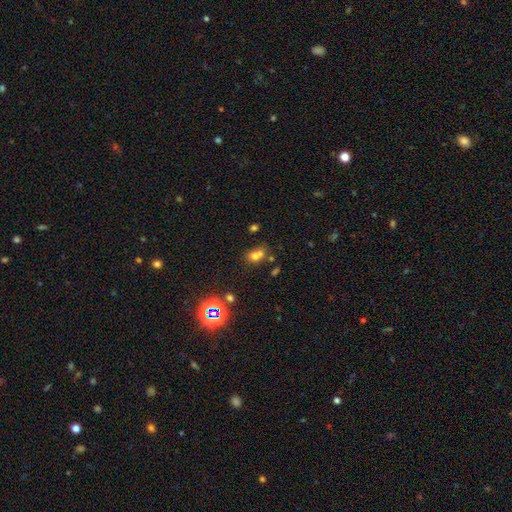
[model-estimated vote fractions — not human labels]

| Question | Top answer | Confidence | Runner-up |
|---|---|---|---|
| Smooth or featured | smooth | 61% | star or artifact (25%) |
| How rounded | round | 60% | in between (38%) |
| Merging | merger | 50% | none (36%) |